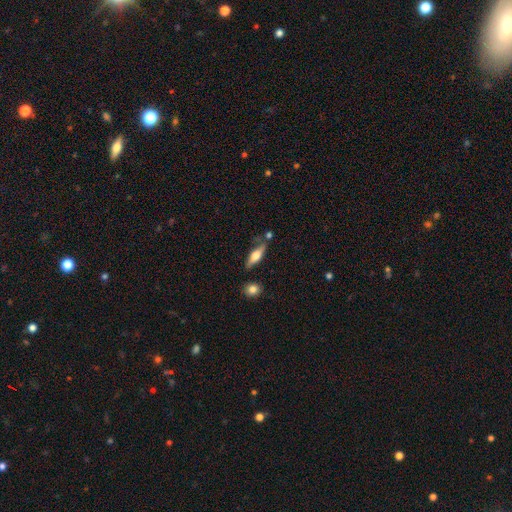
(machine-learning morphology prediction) The model was most divided on "smooth or featured": smooth: 50%, featured or disk: 44%, star or artifact: 7%. More confident: merging — none (66%).